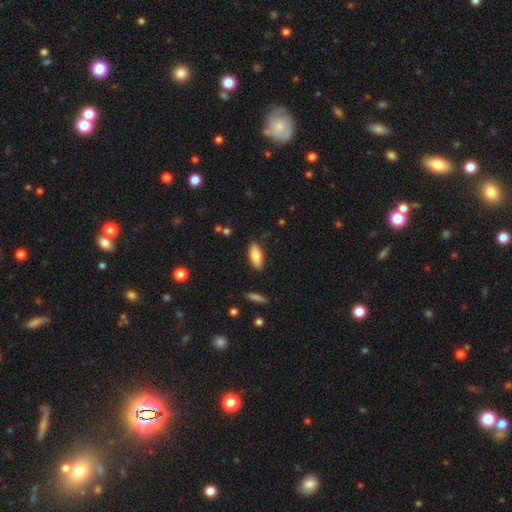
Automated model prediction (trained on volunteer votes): Smooth or featured? Predicted: smooth (p=0.81). How rounded? Predicted: in between (p=0.77). Merging? Predicted: none (p=0.86).